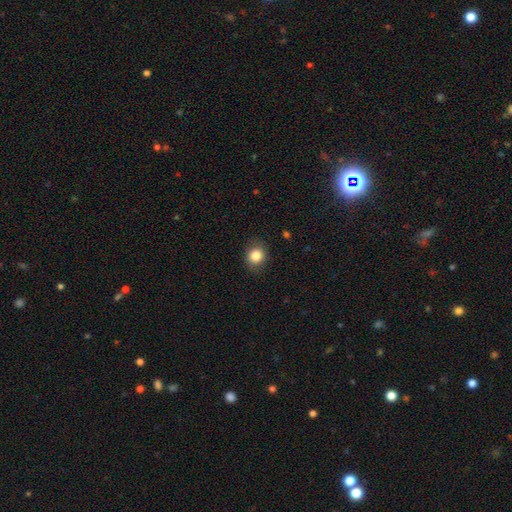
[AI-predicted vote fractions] Overall: smooth (84%). How rounded: round (74%). Merging: none (84%).